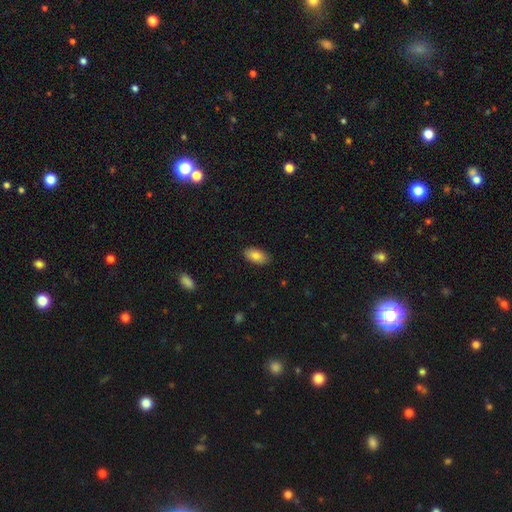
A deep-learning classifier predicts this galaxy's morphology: Q: Smooth or featured?
A: smooth (84%); runner-up: featured or disk (9%)
Q: How rounded?
A: in between (93%); runner-up: cigar-shaped (4%)
Q: Merging?
A: none (87%); runner-up: minor disturbance (10%)